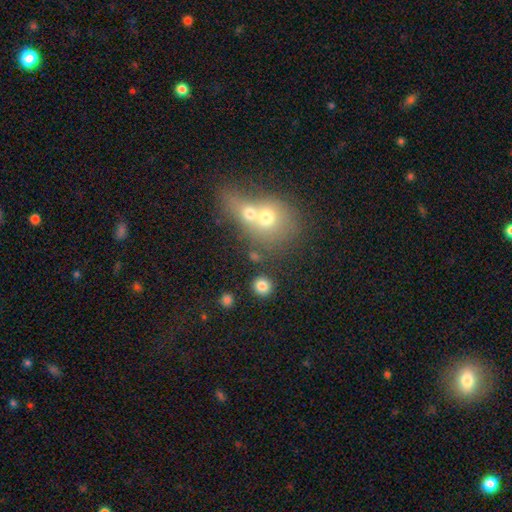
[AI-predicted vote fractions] This appears to be a smooth galaxy with no disk features (67%) that is round (76%). Merging: merger (56%).